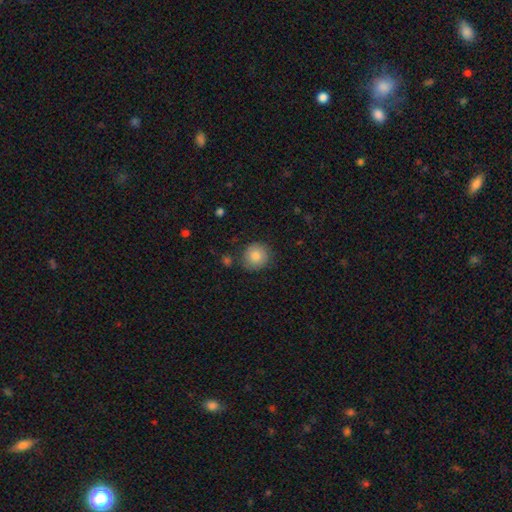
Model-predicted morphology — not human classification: smooth-or-featured: smooth: 84% | star or artifact: 8% | featured or disk: 8%
  how-rounded: round: 90% | in between: 9% | cigar-shaped: 1%
  merging: none: 83% | minor disturbance: 11% | merger: 3% | major disturbance: 3%